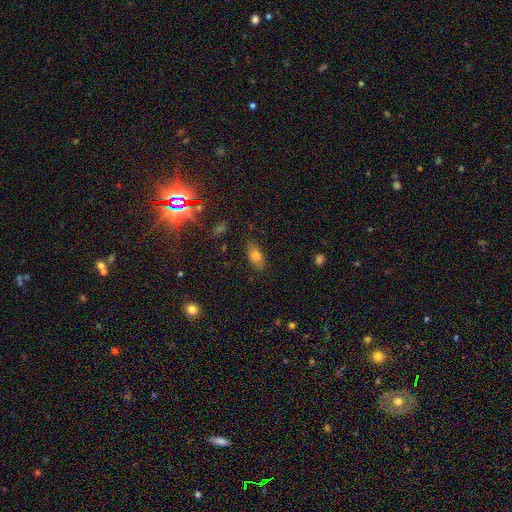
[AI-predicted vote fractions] Morphology: type=smooth (70%); roundness=in between (86%); merging=none (82%).